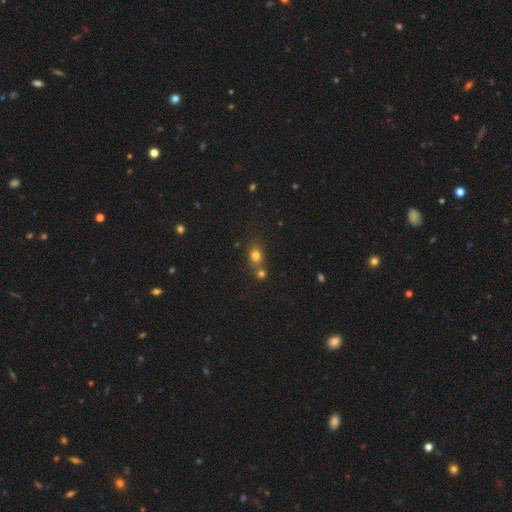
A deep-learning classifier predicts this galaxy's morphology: Smooth or featured: smooth — 76% (star or artifact — 14%)
How rounded: round — 51% (in between — 47%)
Merging: none — 52% (merger — 32%)